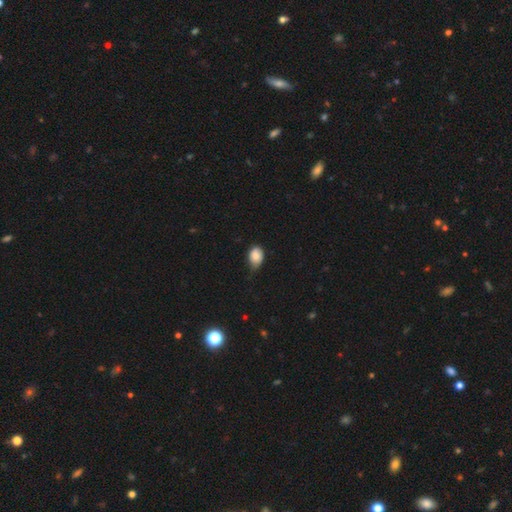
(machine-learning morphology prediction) Q: Smooth or featured?
A: smooth (85%); runner-up: star or artifact (8%)
Q: How rounded?
A: in between (71%); runner-up: round (28%)
Q: Merging?
A: none (50%); runner-up: minor disturbance (42%)